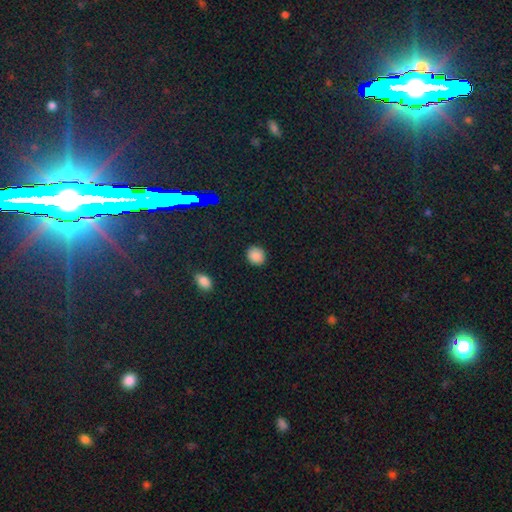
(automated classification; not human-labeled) smooth_or_featured: smooth (p=0.87) [alt: star or artifact p=0.10]
how_rounded: round (p=0.78) [alt: in between p=0.21]
merging: none (p=0.90) [alt: minor disturbance p=0.07]